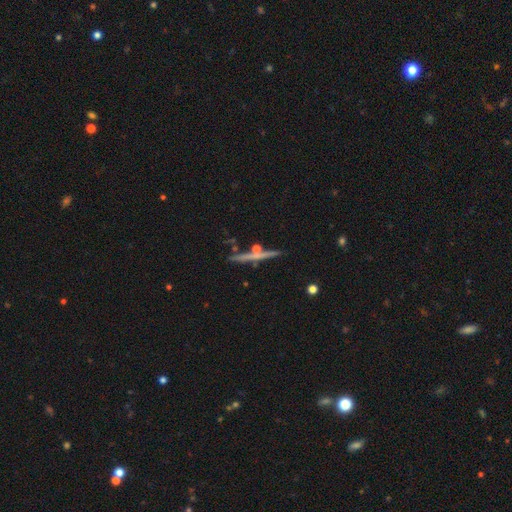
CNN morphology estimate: A featured or disk galaxy (68%) viewed edge-on (97%) with no central bulge (49%). Merging: none (82%).